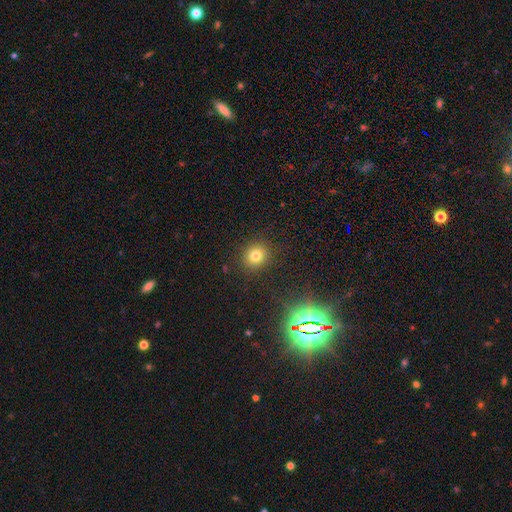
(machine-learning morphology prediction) Smooth or featured?
  - smooth: 76% *
  - star or artifact: 17%
  - featured or disk: 7%
How rounded?
  - round: 84% *
  - in between: 15%
  - cigar-shaped: 1%
Merging?
  - none: 89% *
  - minor disturbance: 7%
  - major disturbance: 3%
  - merger: 2%